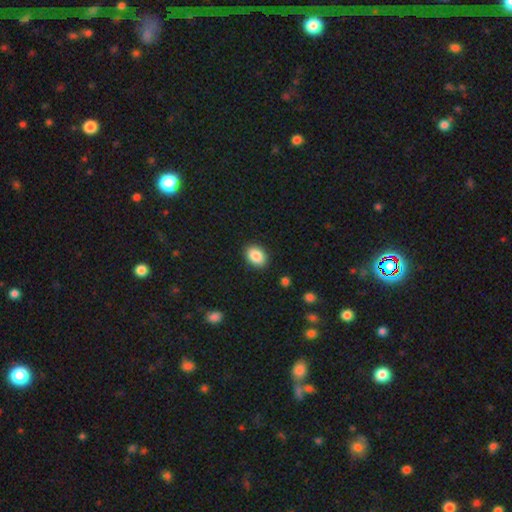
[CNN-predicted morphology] smooth_or_featured: smooth (p=0.87) [alt: star or artifact p=0.08]
how_rounded: in between (p=0.77) [alt: round p=0.22]
merging: none (p=0.89) [alt: minor disturbance p=0.08]